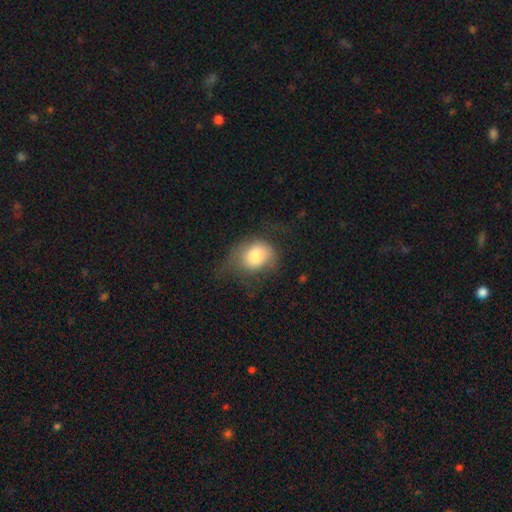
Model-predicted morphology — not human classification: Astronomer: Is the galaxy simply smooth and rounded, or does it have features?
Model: smooth — 73%.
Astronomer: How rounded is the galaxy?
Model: round — 53% (runner-up: in between, 46%).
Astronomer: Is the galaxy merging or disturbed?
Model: none — 40% (runner-up: major disturbance, 30%).